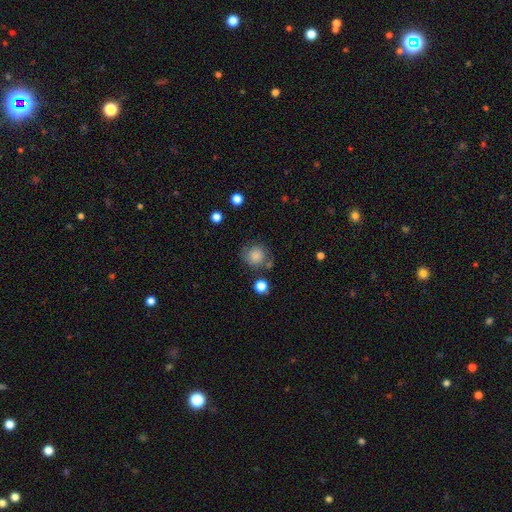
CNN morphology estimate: A smooth galaxy with no disk features (83%) that is round (89%).

Vote fractions:
- Smooth or featured? smooth: 83% / star or artifact: 9% / featured or disk: 7%
- How rounded? round: 89% / in between: 10% / cigar-shaped: 1%
- Merging? none: 70% / minor disturbance: 16% / merger: 8% / major disturbance: 6%